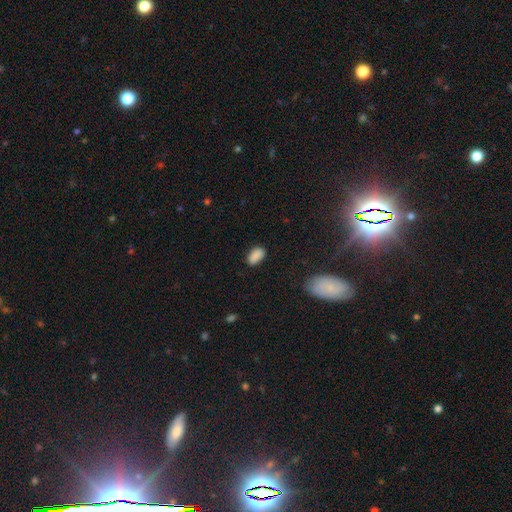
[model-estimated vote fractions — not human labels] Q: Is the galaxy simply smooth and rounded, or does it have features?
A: smooth — 87%.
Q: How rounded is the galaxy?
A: in between — 93%.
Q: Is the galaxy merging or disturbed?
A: none — 82%.